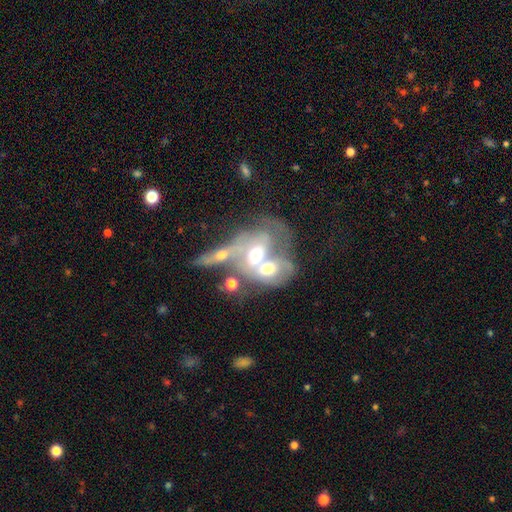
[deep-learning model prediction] Overall: featured or disk (57%; smooth 33%). Edge-on disk: no (91%). Bar: no (75%). Spiral arms: no (64%; yes 36%). Bulge size: moderate (64%). Merging: merger (77%).